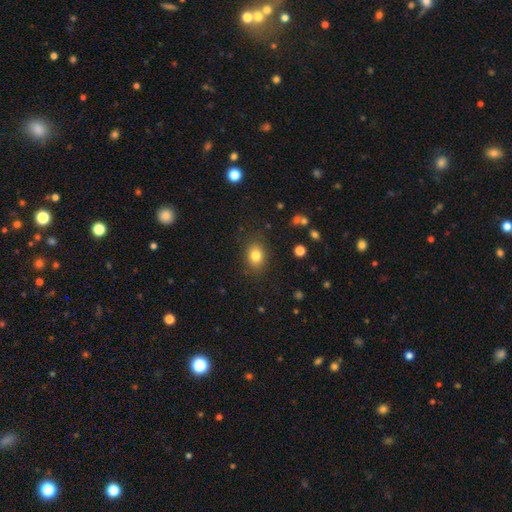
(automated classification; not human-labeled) Morphology: type=smooth (82%); roundness=in between (62%); merging=none (85%).